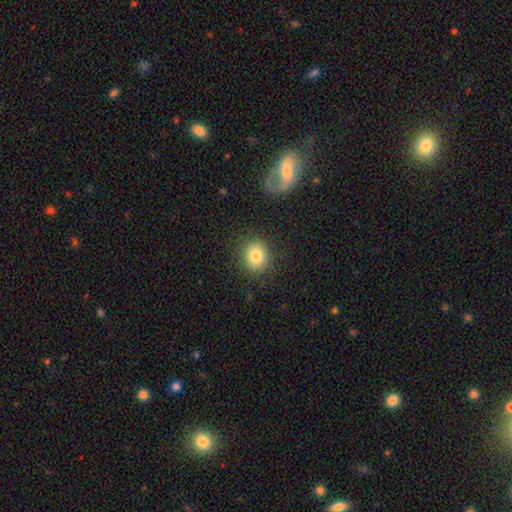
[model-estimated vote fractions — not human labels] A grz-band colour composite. It shows a smooth galaxy with no disk features (83%) that is round (73%). Merging: none (87%).